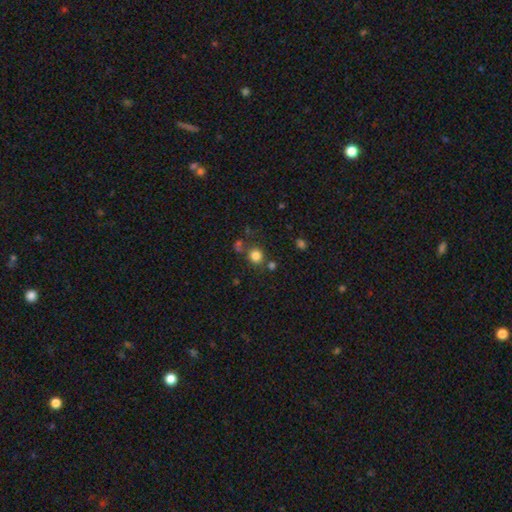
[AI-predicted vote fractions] Smooth or featured: smooth — 81% (star or artifact — 14%)
How rounded: round — 89% (in between — 10%)
Merging: none — 74% (merger — 12%)